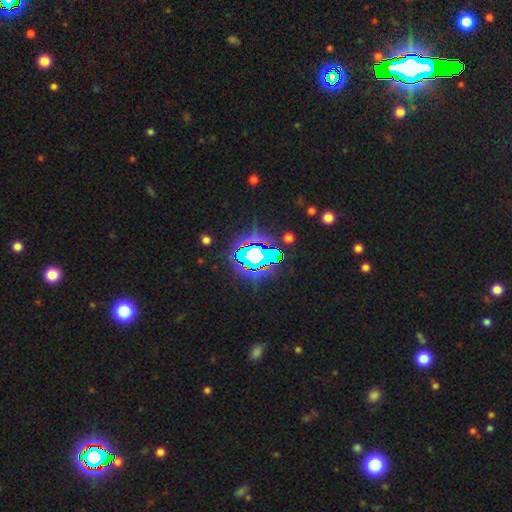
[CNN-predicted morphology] Smooth or featured: star or artifact — 68% (smooth — 17%)